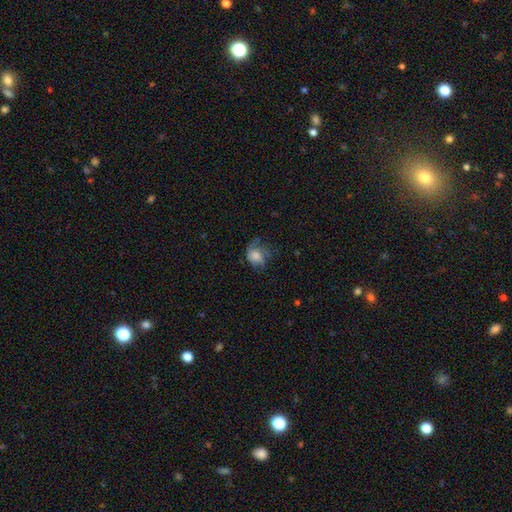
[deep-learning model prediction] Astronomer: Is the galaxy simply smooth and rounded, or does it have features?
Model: smooth — 57%.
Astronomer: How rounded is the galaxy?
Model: round — 51% (runner-up: in between, 48%).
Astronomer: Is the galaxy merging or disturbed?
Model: none — 41% (runner-up: major disturbance, 31%).